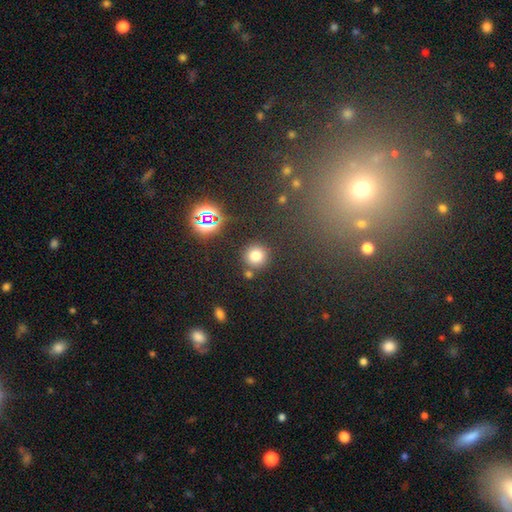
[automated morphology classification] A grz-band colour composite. It shows a smooth galaxy with no disk features (75%) that is round (92%). Merging: none (79%).